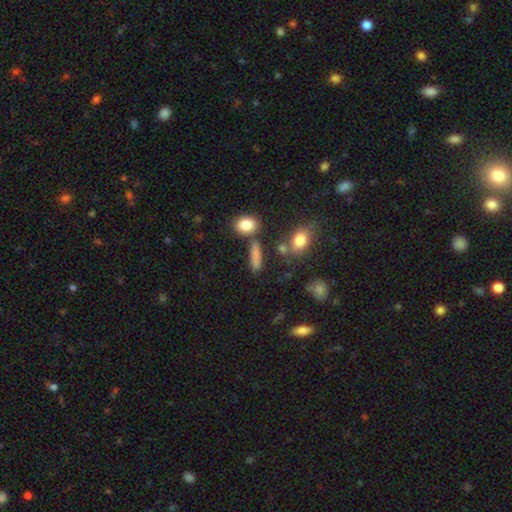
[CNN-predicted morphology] smooth-or-featured: smooth: 80% | featured or disk: 10% | star or artifact: 10%
  how-rounded: cigar-shaped: 62% | in between: 29% | round: 9%
  merging: none: 74% | minor disturbance: 12% | merger: 9% | major disturbance: 4%